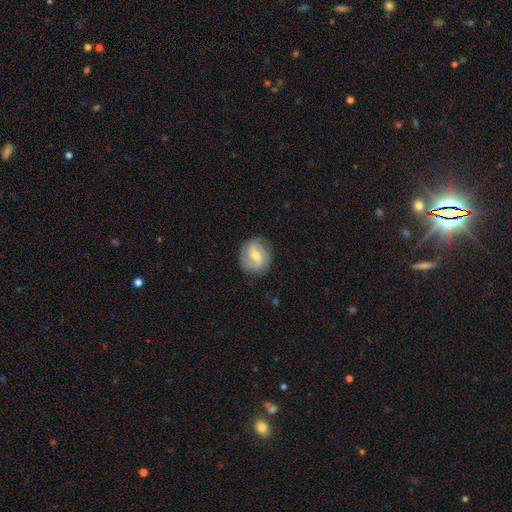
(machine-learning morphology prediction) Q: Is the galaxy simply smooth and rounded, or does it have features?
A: featured or disk — 62%.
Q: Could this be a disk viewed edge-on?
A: no — 96%.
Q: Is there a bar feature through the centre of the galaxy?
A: weak — 51%.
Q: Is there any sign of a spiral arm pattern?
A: yes — 84%.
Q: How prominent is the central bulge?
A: moderate — 64%.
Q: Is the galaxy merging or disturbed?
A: none — 82%.